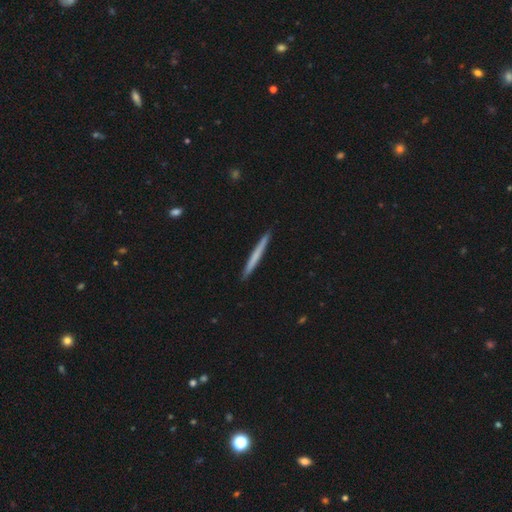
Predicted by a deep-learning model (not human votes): smooth-or-featured: smooth: 60% | featured or disk: 35% | star or artifact: 5%
  how-rounded: cigar-shaped: 97% | in between: 2% | round: 1%
  merging: none: 93% | minor disturbance: 5% | major disturbance: 1% | merger: 1%